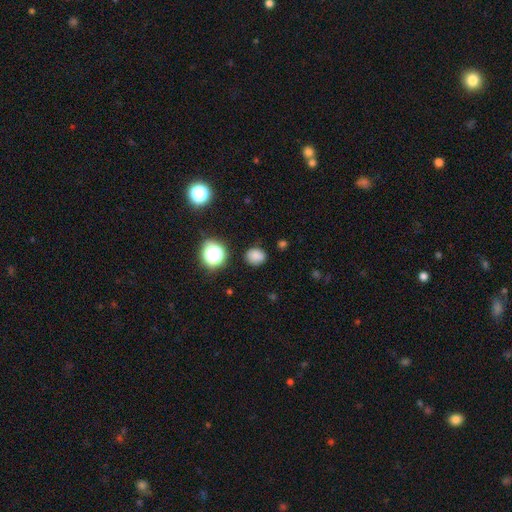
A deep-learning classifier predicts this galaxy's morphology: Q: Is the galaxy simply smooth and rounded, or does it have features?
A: smooth — 79%.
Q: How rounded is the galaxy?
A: round — 74%.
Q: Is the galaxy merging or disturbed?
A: none — 83%.